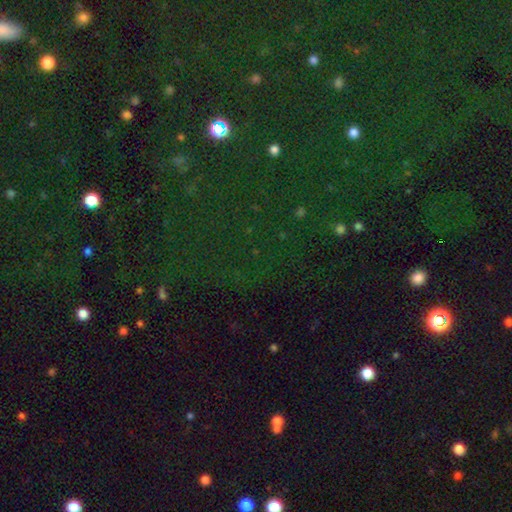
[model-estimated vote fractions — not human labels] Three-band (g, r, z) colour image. It shows a star or artifact, not a galaxy (77%).